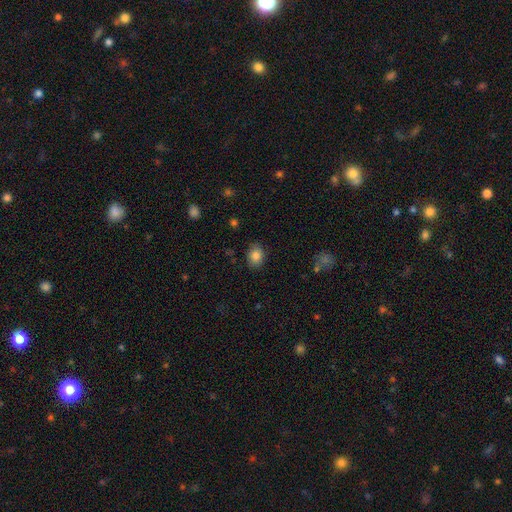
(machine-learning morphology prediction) type=smooth (83%); roundness=in between (54%); merging=none (86%).